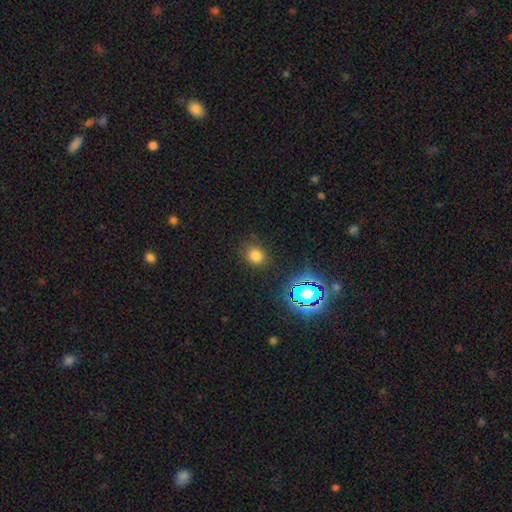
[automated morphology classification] The model was most divided on "how rounded": round: 72%, in between: 27%, cigar-shaped: 1%. More confident: merging — none (85%); smooth or featured — smooth (74%).